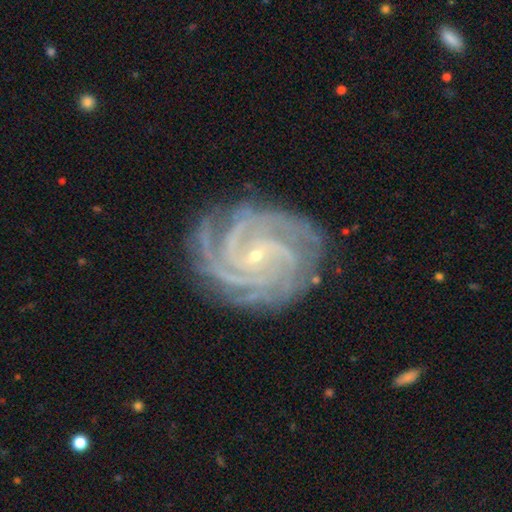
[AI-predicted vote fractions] Overall: featured or disk (92%). Edge-on disk: no (98%). Bar: no (48%; weak 36%). Spiral arms: yes (99%). Spiral arm count: 4 (38%; 3 19%). Spiral winding: tight (74%). Bulge size: small (87%). Merging: none (81%).